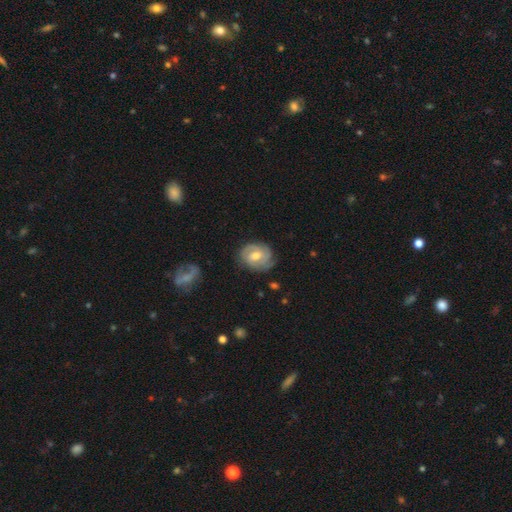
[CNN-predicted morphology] smooth-or-featured: featured or disk: 72% | smooth: 22% | star or artifact: 7%
  disk-edge-on: no: 97% | yes: 3%
    bar: no: 47% | weak: 44% | strong: 9%
    has-spiral-arms: yes: 90% | no: 10%
      spiral-winding: tight: 58% | medium: 32% | loose: 9%
      spiral-arm-count: 2: 40% | can't tell: 26% | 3: 21% | 1: 5% | 4: 5% | more than 4: 3%
    bulge-size: moderate: 74% | small: 17% | large: 6% | none: 2% | dominant: 1%
  merging: none: 73% | minor disturbance: 19% | major disturbance: 6% | merger: 2%